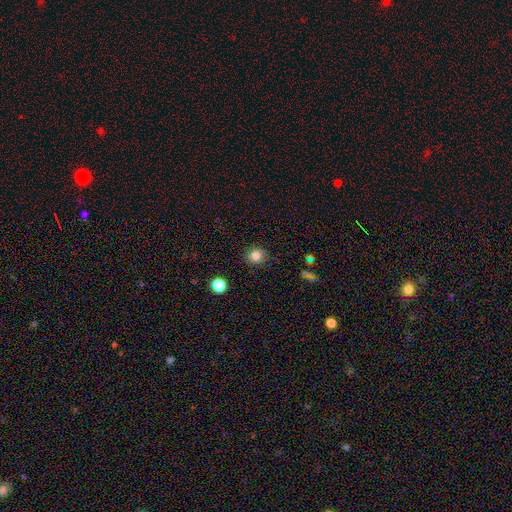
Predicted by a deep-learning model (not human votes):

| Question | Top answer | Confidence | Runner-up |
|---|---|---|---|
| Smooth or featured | smooth | 81% | star or artifact (12%) |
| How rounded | round | 88% | in between (11%) |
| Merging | none | 89% | minor disturbance (8%) |